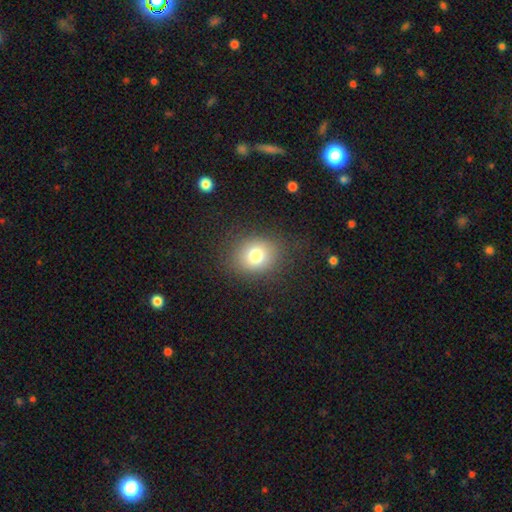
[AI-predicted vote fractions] Morphology: type=smooth (78%); roundness=round (64%); merging=none (84%).